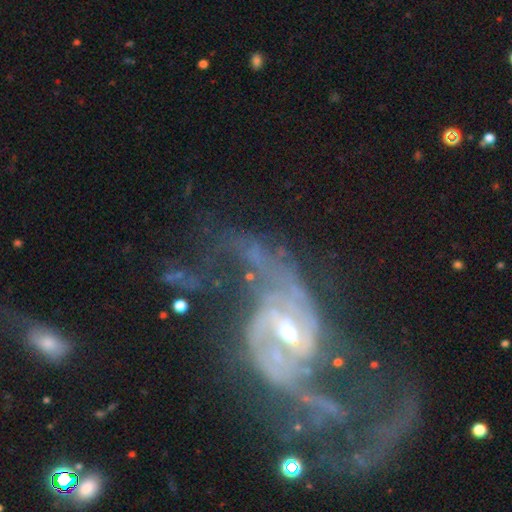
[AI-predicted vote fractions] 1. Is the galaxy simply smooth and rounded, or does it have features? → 83% featured or disk, 9% star or artifact, 8% smooth.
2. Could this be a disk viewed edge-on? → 95% no, 5% yes.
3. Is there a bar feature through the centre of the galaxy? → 42% weak, 32% strong, 26% no.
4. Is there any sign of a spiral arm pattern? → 86% yes, 14% no.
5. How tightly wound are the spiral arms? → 38% medium (tied), 38% loose (tied), 24% tight.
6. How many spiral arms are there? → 62% 2, 18% can't tell, 7% 1, 6% 3, 4% 4, 4% more than 4.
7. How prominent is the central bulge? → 53% moderate, 39% small, 4% large, 2% none, 1% dominant.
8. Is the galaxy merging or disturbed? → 37% major disturbance, 31% none, 17% merger, 15% minor disturbance.